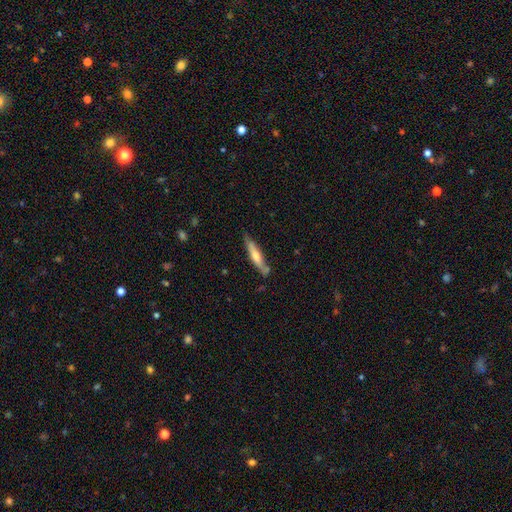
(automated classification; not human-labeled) featured or disk 53%, smooth 42%, star or artifact 6%. Down the decision tree: edge-on disk — yes (89%); merging — none (79%).